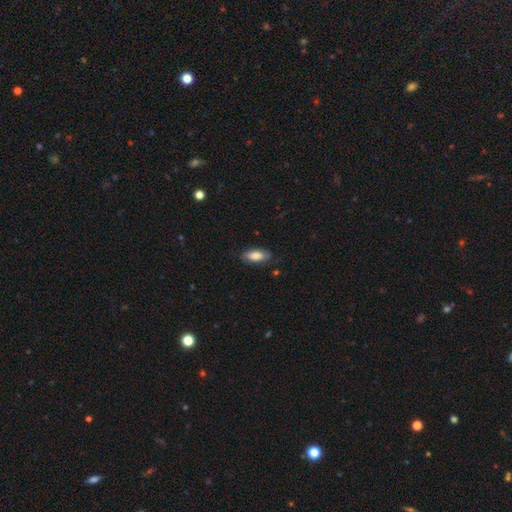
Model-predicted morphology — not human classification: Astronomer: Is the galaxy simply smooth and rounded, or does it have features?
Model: smooth — 79%.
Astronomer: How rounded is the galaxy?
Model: in between — 84%.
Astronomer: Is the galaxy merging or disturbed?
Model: none — 80%.